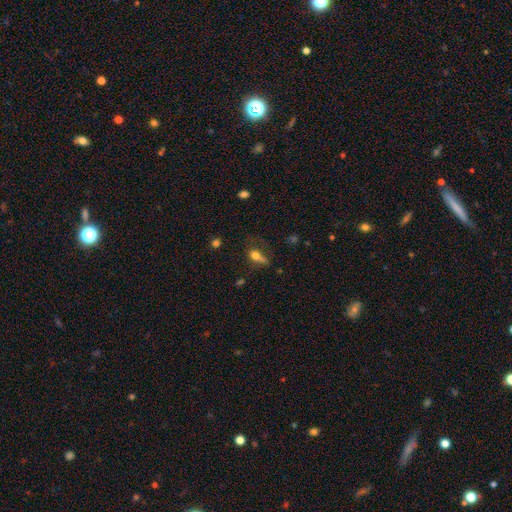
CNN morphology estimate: Overall: smooth (67%). How rounded: in between (60%; round 26%). Merging: major disturbance (34%; none 33%).